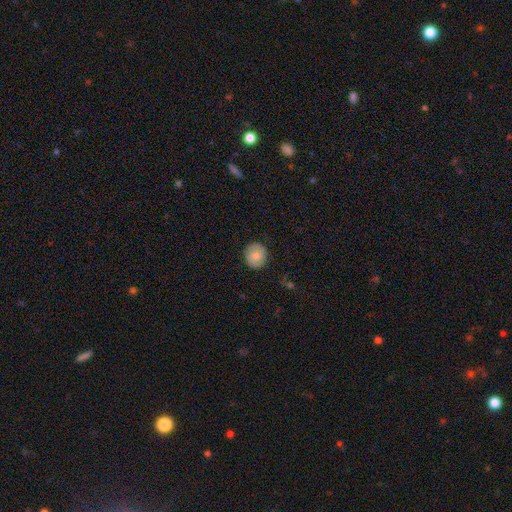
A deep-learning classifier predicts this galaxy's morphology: A smooth galaxy with no disk features (67%) that is round (83%).

Vote fractions:
- Smooth or featured? smooth: 67% / featured or disk: 25% / star or artifact: 7%
- How rounded? round: 83% / in between: 17% / cigar-shaped: 1%
- Merging? none: 86% / minor disturbance: 10% / major disturbance: 3% / merger: 1%